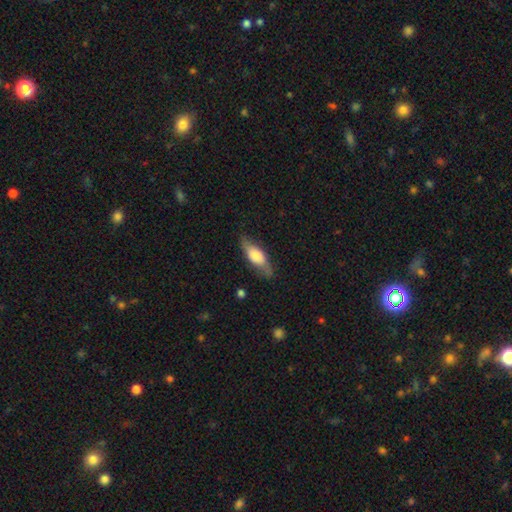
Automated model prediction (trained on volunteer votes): Smooth or featured? smooth (60%)
How rounded? in between (63%)
Merging? none (75%)